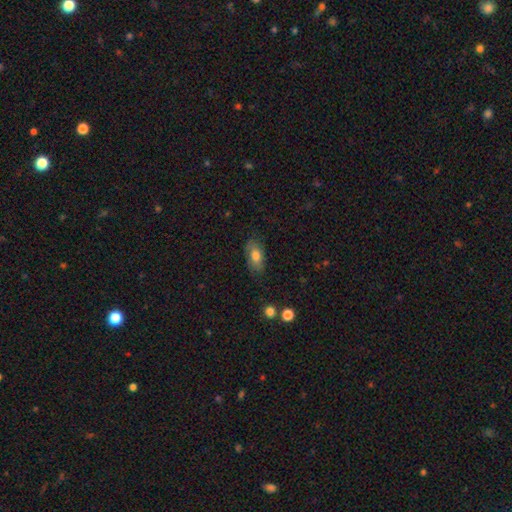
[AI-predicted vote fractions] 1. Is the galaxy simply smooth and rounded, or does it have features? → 75% smooth, 17% featured or disk, 7% star or artifact.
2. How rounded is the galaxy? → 87% in between, 8% cigar-shaped, 5% round.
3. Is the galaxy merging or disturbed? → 78% none, 17% minor disturbance, 4% major disturbance, 1% merger.